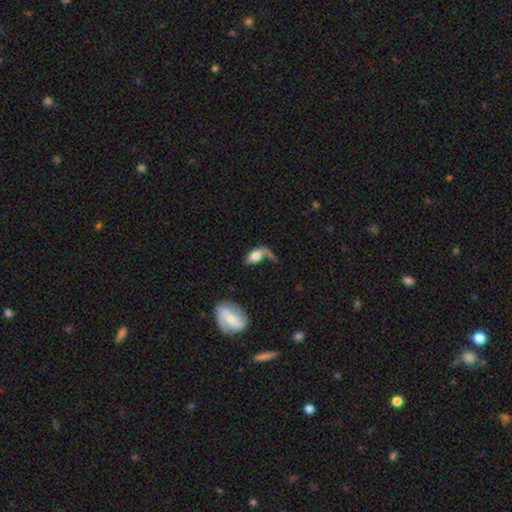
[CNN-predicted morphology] Smooth or featured: smooth — 70% (featured or disk — 22%)
How rounded: in between — 87% (round — 6%)
Merging: none — 32% (major disturbance — 29%)